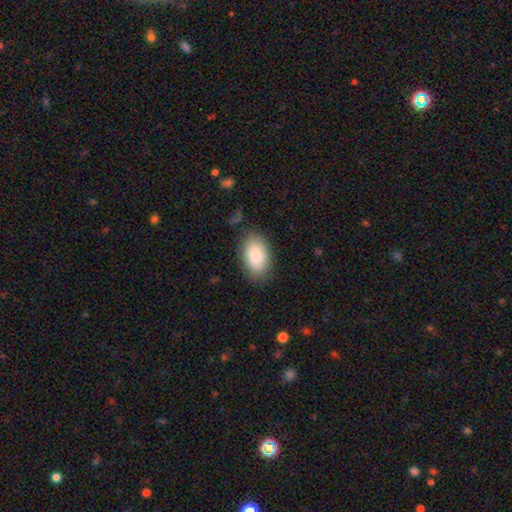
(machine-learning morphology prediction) Overall: smooth (86%). How rounded: in between (93%). Merging: none (81%).